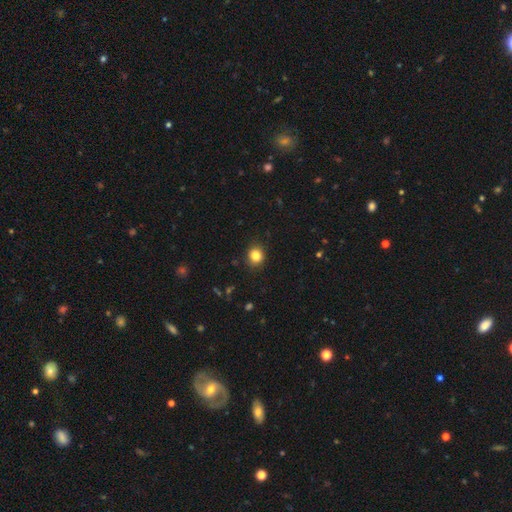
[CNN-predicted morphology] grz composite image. It shows a smooth galaxy with no disk features (83%) that is round (81%). Merging: none (88%).